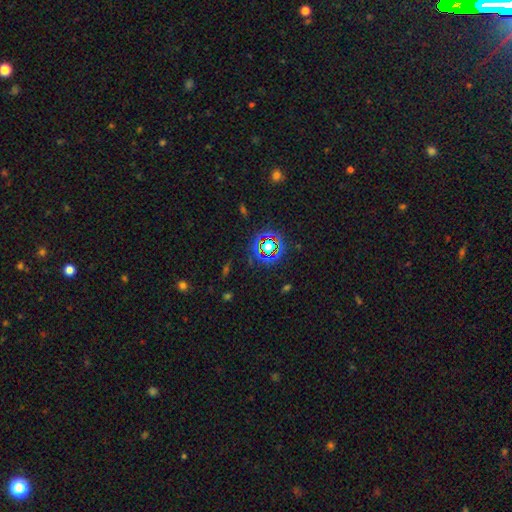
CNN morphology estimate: Smooth or featured? Predicted: star or artifact (p=0.53).